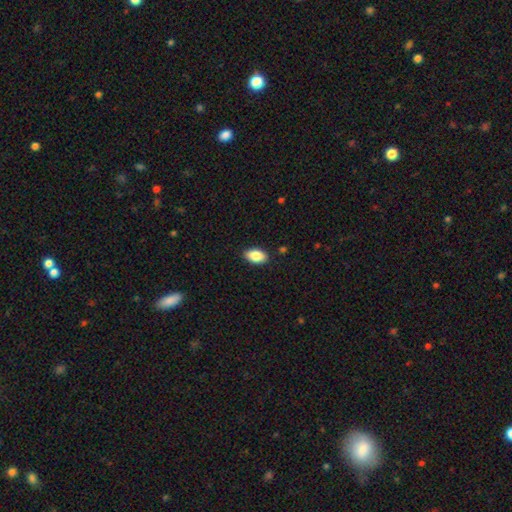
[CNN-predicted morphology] Smooth or featured? Predicted: smooth (p=0.86). How rounded? Predicted: in between (p=0.92). Merging? Predicted: none (p=0.88).